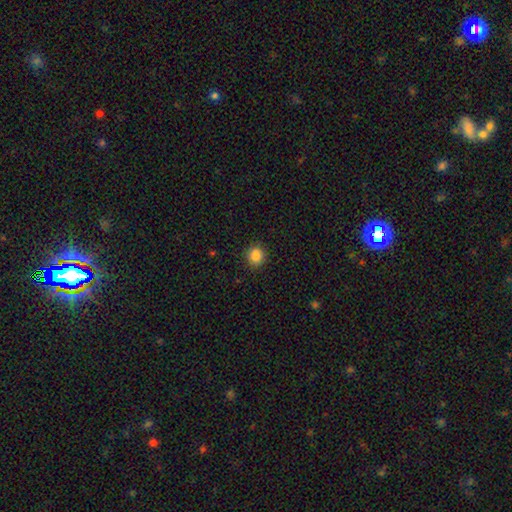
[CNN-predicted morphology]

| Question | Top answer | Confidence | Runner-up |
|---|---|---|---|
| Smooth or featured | smooth | 84% | star or artifact (11%) |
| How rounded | round | 89% | in between (10%) |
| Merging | none | 88% | minor disturbance (8%) |